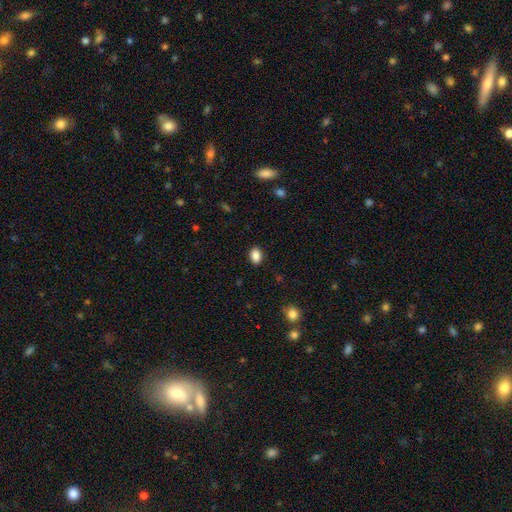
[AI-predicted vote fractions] Morphology: type=smooth (88%); roundness=in between (79%); merging=none (89%).